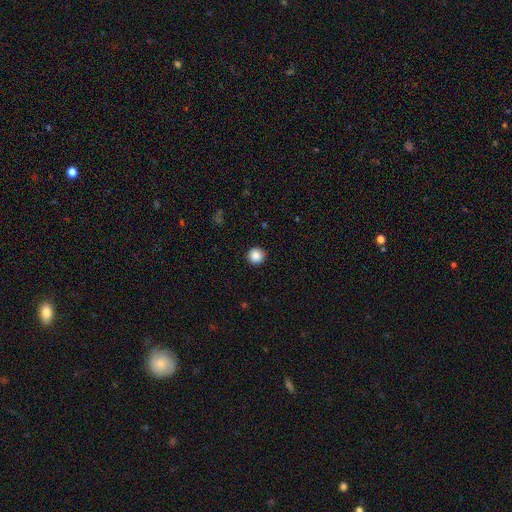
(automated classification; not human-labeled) Overall: smooth (87%). How rounded: round (96%). Merging: none (92%).